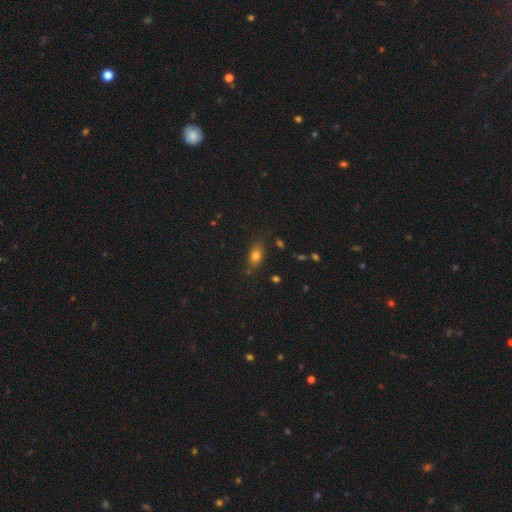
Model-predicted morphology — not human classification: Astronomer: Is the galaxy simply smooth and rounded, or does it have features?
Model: smooth — 77%.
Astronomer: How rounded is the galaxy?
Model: in between — 80%.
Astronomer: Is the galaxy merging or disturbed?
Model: none — 76%.